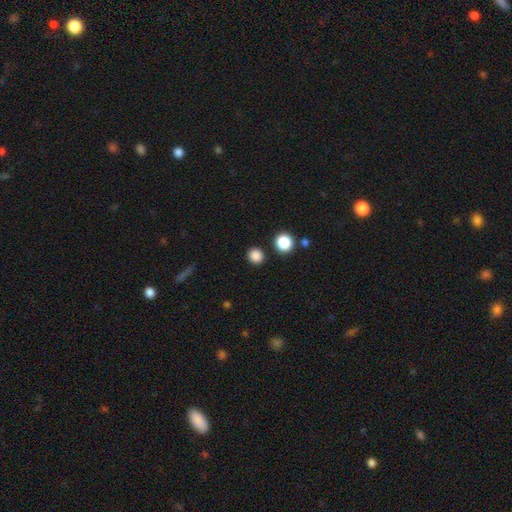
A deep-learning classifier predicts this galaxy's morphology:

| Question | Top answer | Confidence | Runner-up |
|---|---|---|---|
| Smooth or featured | smooth | 85% | star or artifact (12%) |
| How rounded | round | 85% | in between (14%) |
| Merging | none | 87% | minor disturbance (6%) |